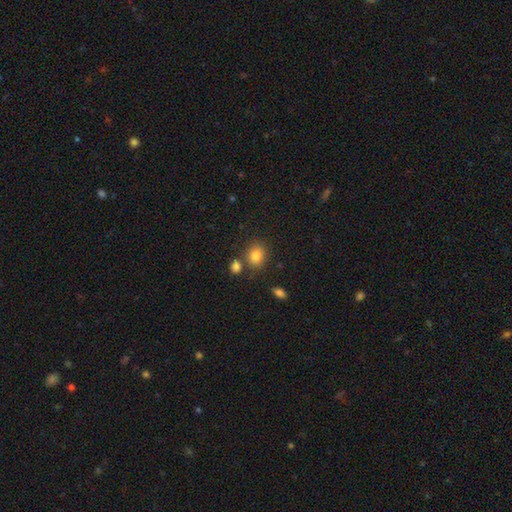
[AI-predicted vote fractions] Smooth or featured? smooth (83%)
How rounded? round (63%)
Merging? none (71%)